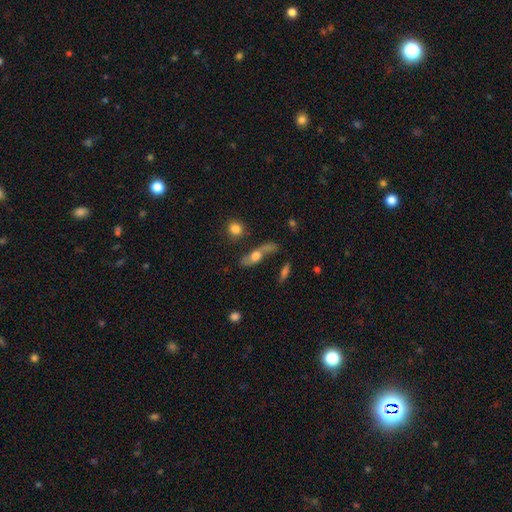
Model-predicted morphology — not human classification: Smooth or featured? Predicted: smooth (p=0.49). Merging? Predicted: none (p=0.48).